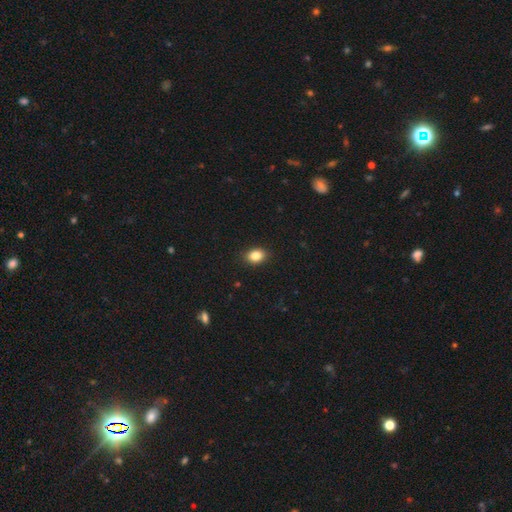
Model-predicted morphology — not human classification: Smooth or featured? smooth (85%)
How rounded? in between (72%)
Merging? none (89%)